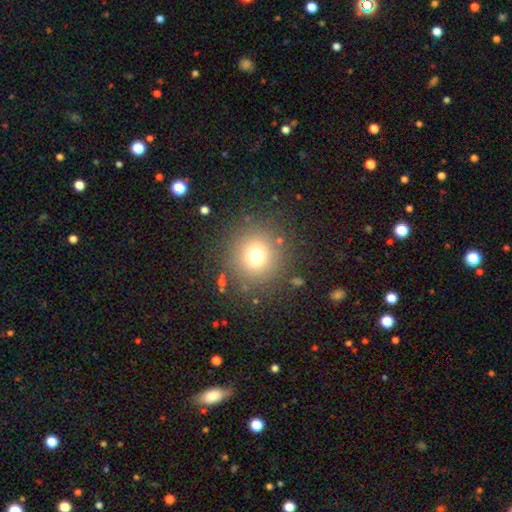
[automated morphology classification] A smooth galaxy with no disk features (71%) that is round (95%).

Vote fractions:
- Smooth or featured? smooth: 71% / star or artifact: 19% / featured or disk: 10%
- How rounded? round: 95% / in between: 5% / cigar-shaped: 1%
- Merging? none: 86% / minor disturbance: 7% / major disturbance: 5% / merger: 2%